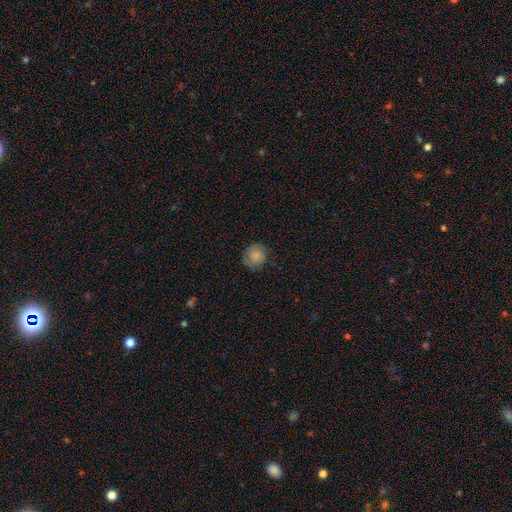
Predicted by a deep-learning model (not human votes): smooth-or-featured: smooth: 82% | featured or disk: 10% | star or artifact: 8%
  how-rounded: round: 85% | in between: 14% | cigar-shaped: 1%
  merging: none: 79% | minor disturbance: 16% | major disturbance: 4% | merger: 1%